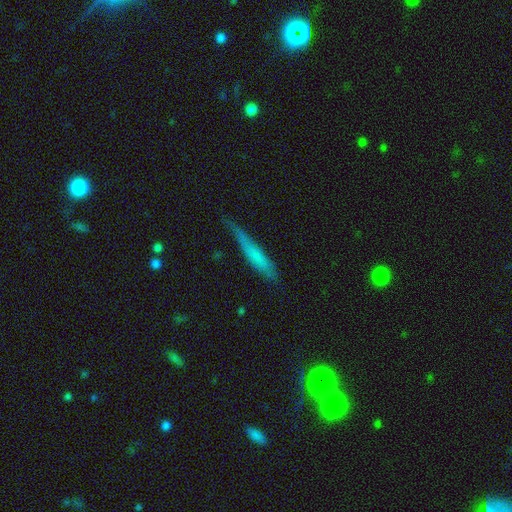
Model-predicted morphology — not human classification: type=smooth (61%); roundness=cigar-shaped (91%); merging=none (61%).